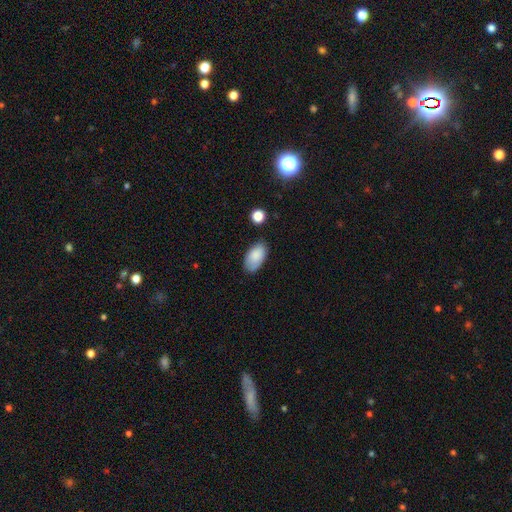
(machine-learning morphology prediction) smooth_or_featured: smooth (p=0.85) [alt: featured or disk p=0.08]
how_rounded: in between (p=0.95) [alt: round p=0.04]
merging: none (p=0.74) [alt: minor disturbance p=0.19]